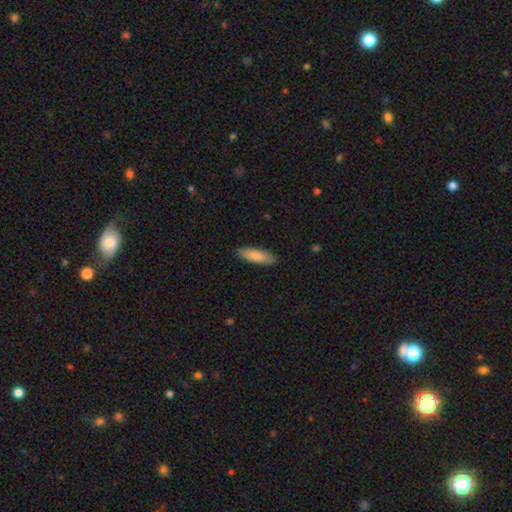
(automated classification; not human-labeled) Smooth or featured? smooth (86%)
How rounded? cigar-shaped (54%)
Merging? none (88%)